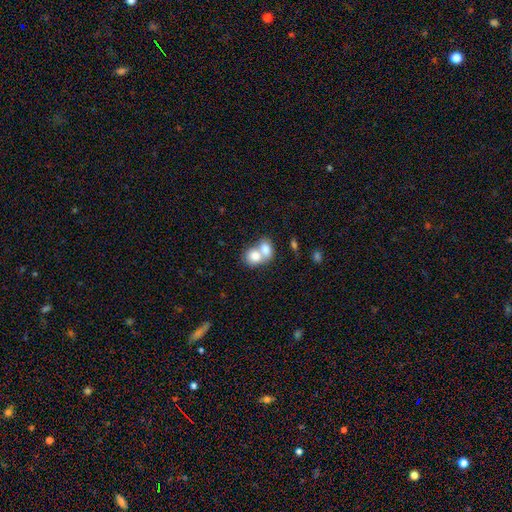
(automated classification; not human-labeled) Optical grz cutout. It shows a smooth galaxy with no disk features (77%) that is in between round and cigar-shaped (51%). Merging: merger (73%).